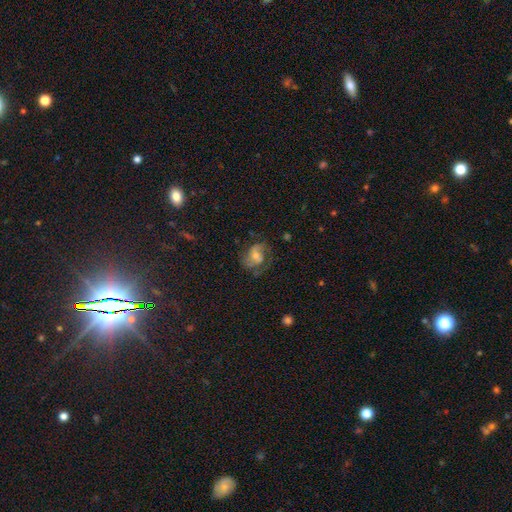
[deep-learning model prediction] This appears to be a featured or disk galaxy (56%) with no bar (62%), spiral arms (75%) and a moderate central bulge (47%). Merging: none (48%).